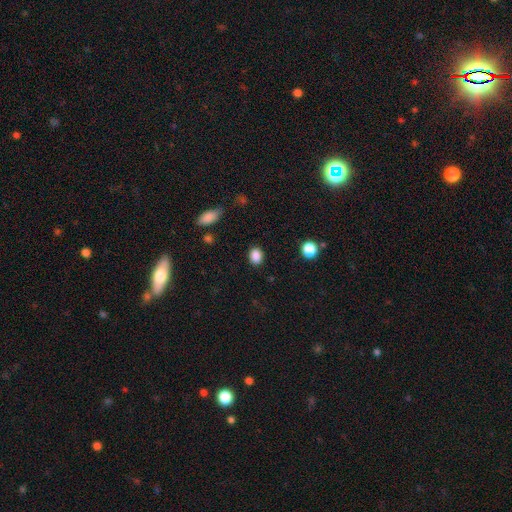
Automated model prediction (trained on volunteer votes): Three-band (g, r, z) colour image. It shows a smooth galaxy with no disk features (87%) that is in between round and cigar-shaped (56%). Merging: none (87%).